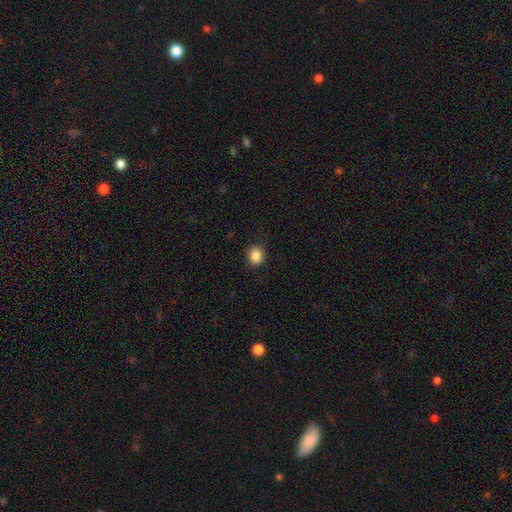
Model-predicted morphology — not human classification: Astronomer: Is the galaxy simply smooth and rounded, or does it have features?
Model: smooth — 87%.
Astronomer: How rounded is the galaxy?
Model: round — 77%.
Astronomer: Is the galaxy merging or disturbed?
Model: none — 87%.